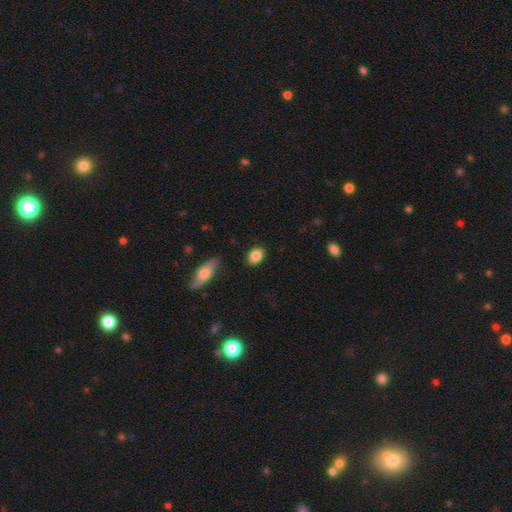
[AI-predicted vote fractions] A smooth galaxy with no disk features (86%) that is in between round and cigar-shaped (73%).

Vote fractions:
- Smooth or featured? smooth: 86% / star or artifact: 7% / featured or disk: 7%
- How rounded? in between: 73% / round: 25% / cigar-shaped: 2%
- Merging? none: 86% / minor disturbance: 10% / major disturbance: 2% / merger: 2%